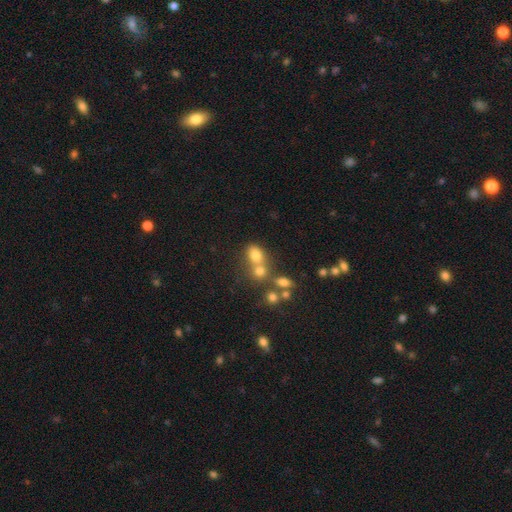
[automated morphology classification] smooth-or-featured: smooth: 71% | star or artifact: 15% | featured or disk: 14%
  how-rounded: in between: 60% | round: 38% | cigar-shaped: 2%
  merging: merger: 48% | none: 37% | minor disturbance: 9% | major disturbance: 5%